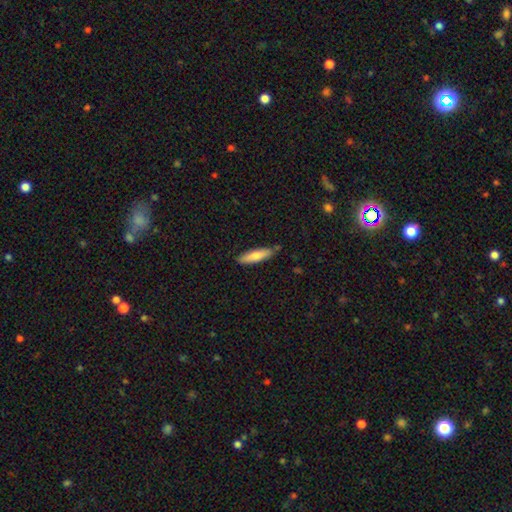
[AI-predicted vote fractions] Smooth or featured: smooth — 72% (featured or disk — 22%)
How rounded: cigar-shaped — 69% (in between — 29%)
Merging: none — 82% (minor disturbance — 13%)